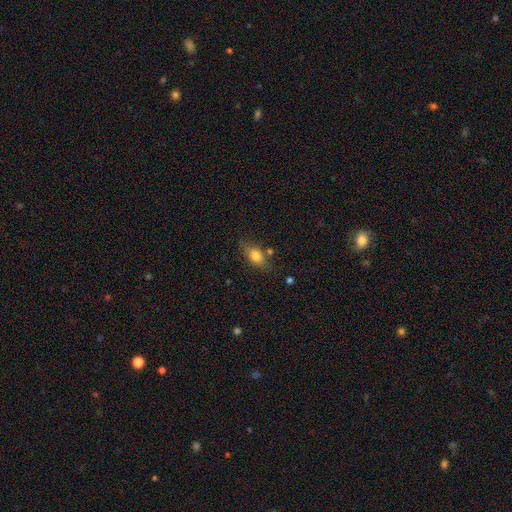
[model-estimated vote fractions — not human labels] smooth-or-featured: smooth: 77% | featured or disk: 15% | star or artifact: 9%
  how-rounded: in between: 80% | round: 12% | cigar-shaped: 8%
  merging: none: 70% | minor disturbance: 19% | merger: 6% | major disturbance: 5%